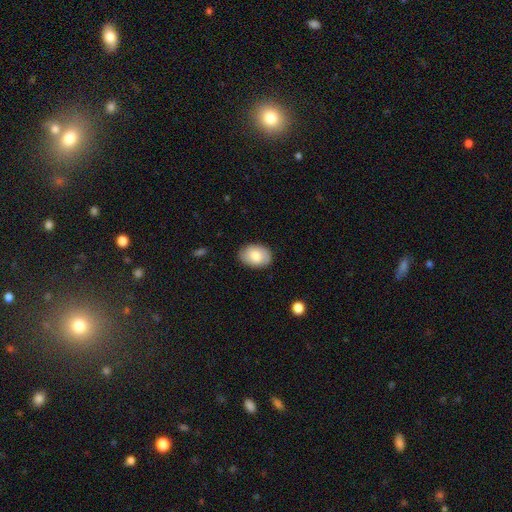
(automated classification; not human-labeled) Morphology: type=smooth (79%); roundness=in between (83%); merging=none (85%).